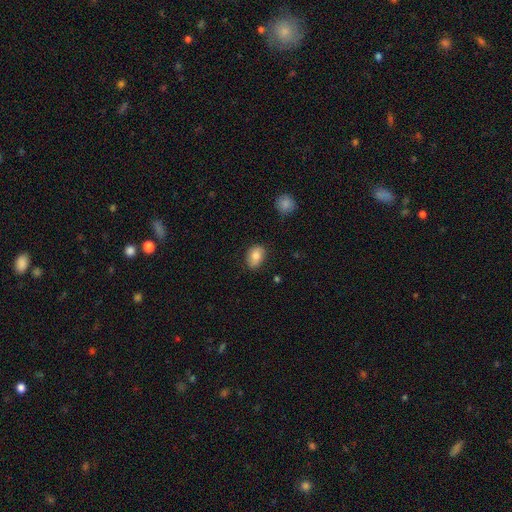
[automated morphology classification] smooth 82%, featured or disk 10%, star or artifact 8%. Down the decision tree: how rounded — in between (77%); merging — none (82%).